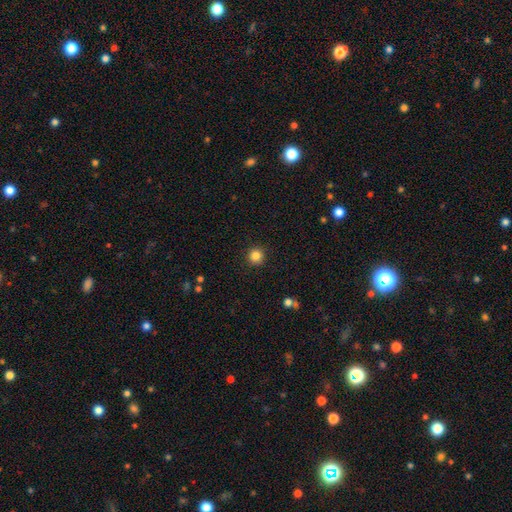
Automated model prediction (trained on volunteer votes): smooth 85%, star or artifact 11%, featured or disk 4%. Down the decision tree: how rounded — round (95%); merging — none (92%).